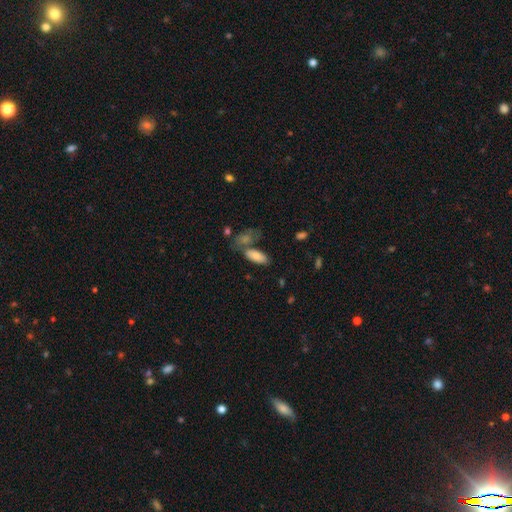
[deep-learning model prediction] Smooth or featured? Predicted: smooth (p=0.82). How rounded? Predicted: in between (p=0.86). Merging? Predicted: none (p=0.53).